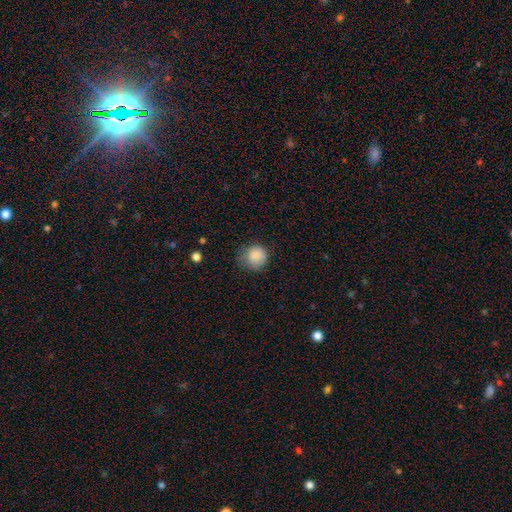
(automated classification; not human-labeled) Smooth or featured? Predicted: smooth (p=0.87). How rounded? Predicted: round (p=0.88). Merging? Predicted: none (p=0.62).